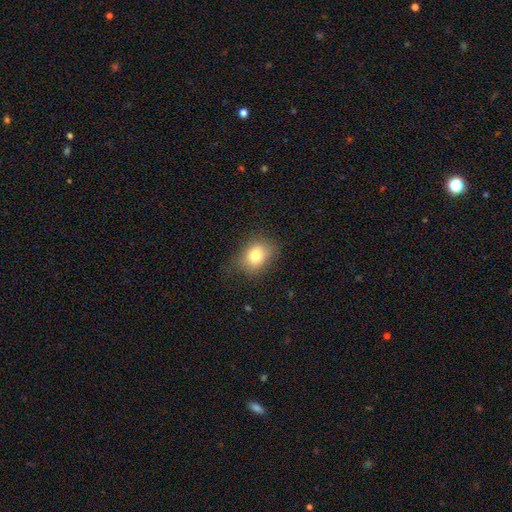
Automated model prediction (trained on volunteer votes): A smooth galaxy with no disk features (78%) that is round (50%). Merging: none (74%).